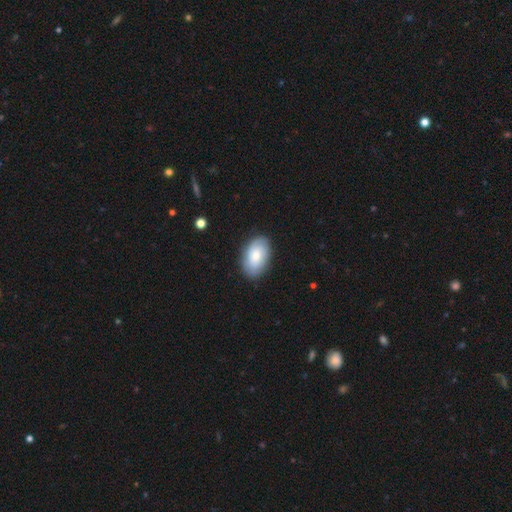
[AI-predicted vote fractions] Smooth or featured? smooth (66%)
How rounded? in between (92%)
Merging? none (84%)